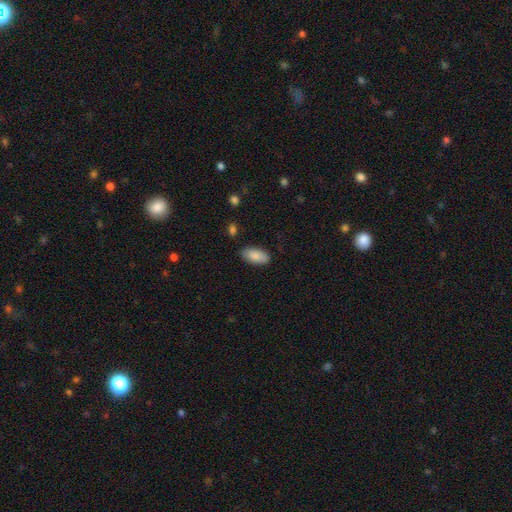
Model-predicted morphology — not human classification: Smooth or featured?
  - smooth: 87% *
  - featured or disk: 7%
  - star or artifact: 6%
How rounded?
  - in between: 93% *
  - cigar-shaped: 5%
  - round: 2%
Merging?
  - none: 84% *
  - minor disturbance: 11%
  - major disturbance: 3%
  - merger: 2%